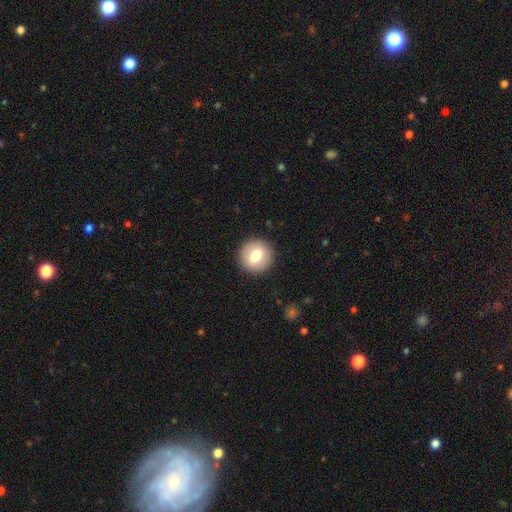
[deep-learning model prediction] Morphology: type=smooth (74%); roundness=round (92%); merging=none (91%).